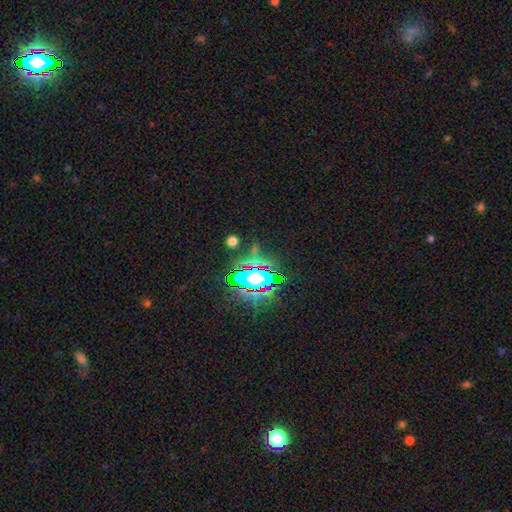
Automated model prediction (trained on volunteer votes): smooth_or_featured: star or artifact (p=0.75) [alt: smooth p=0.14]